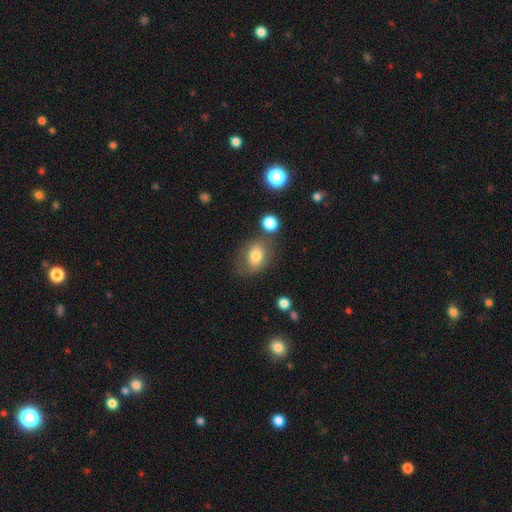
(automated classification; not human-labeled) This is likely a smooth galaxy (75%). How rounded: likely in between (67%). Merging: likely none (62%).